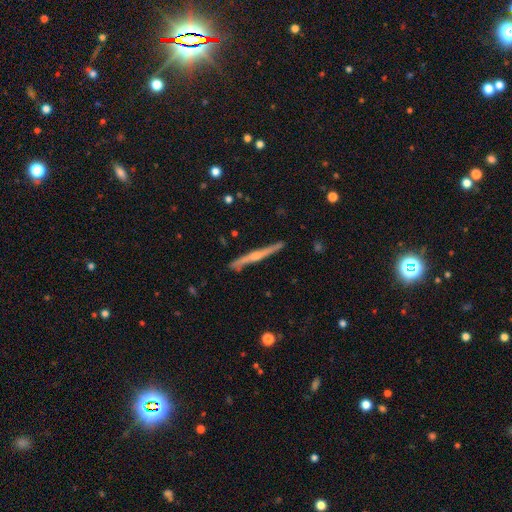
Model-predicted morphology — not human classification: Smooth or featured? Predicted: featured or disk (p=0.74). Edge-on disk? Predicted: yes (p=0.97). Edge-on bulge? Predicted: rounded (p=0.74). Merging? Predicted: none (p=0.87).